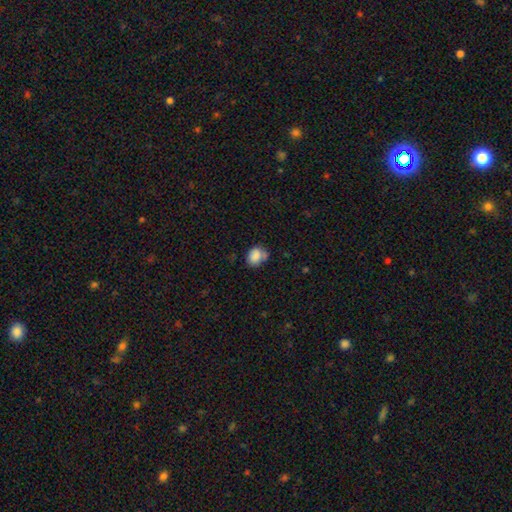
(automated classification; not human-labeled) Smooth or featured: smooth — 82% (star or artifact — 9%)
How rounded: in between — 52% (round — 47%)
Merging: none — 52% (minor disturbance — 25%)